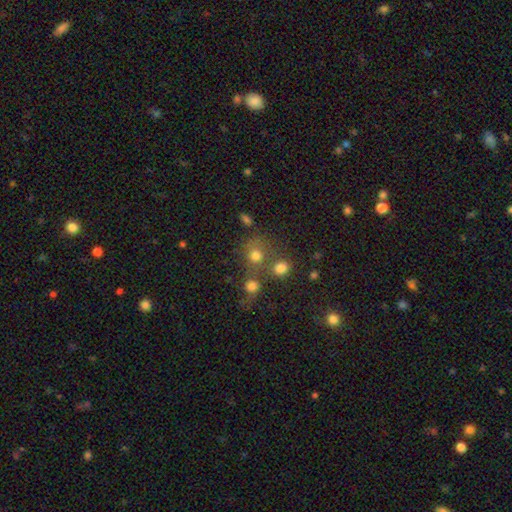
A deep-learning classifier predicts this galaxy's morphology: Smooth or featured? smooth (74%)
How rounded? round (78%)
Merging? none (46%)